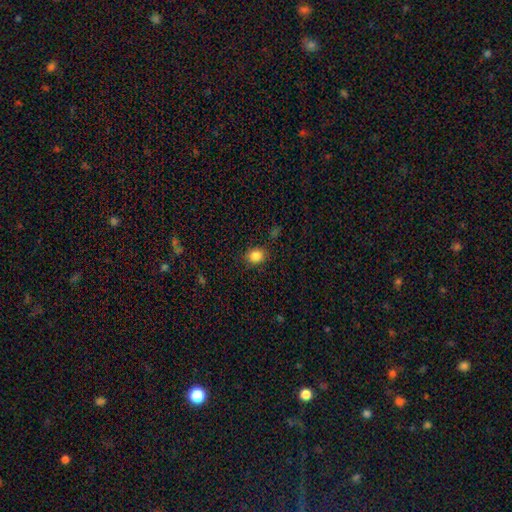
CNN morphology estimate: A smooth galaxy with no disk features (85%) that is round (61%). Merging: none (86%).